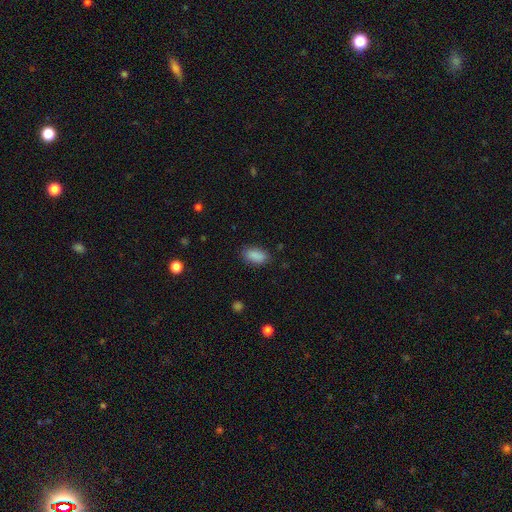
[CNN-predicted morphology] Smooth or featured?
  - smooth: 88% *
  - star or artifact: 8%
  - featured or disk: 4%
How rounded?
  - in between: 91% *
  - cigar-shaped: 5%
  - round: 4%
Merging?
  - none: 83% *
  - minor disturbance: 13%
  - major disturbance: 3%
  - merger: 1%